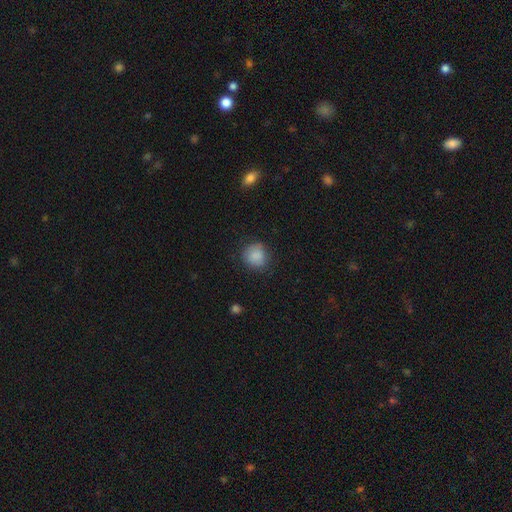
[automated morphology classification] Smooth or featured: smooth — 86% (star or artifact — 9%)
How rounded: round — 82% (in between — 17%)
Merging: none — 78% (minor disturbance — 16%)